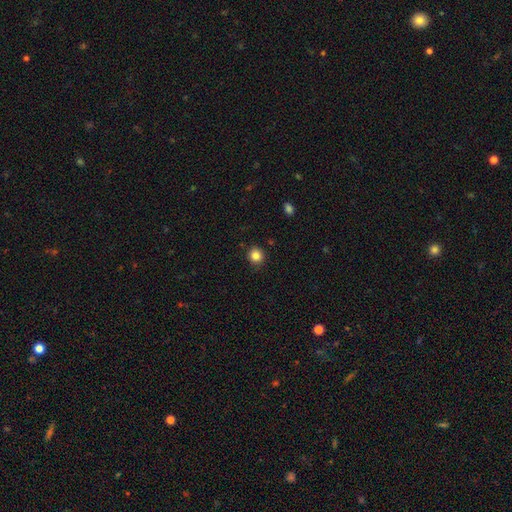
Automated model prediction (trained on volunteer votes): This appears to be a smooth galaxy with no disk features (84%) that is round (91%). Merging: none (90%).